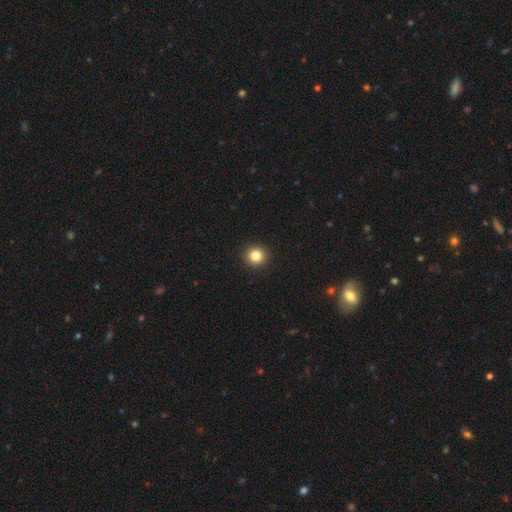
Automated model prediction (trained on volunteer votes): smooth-or-featured: smooth: 84% | star or artifact: 11% | featured or disk: 5%
  how-rounded: round: 94% | in between: 5% | cigar-shaped: 1%
  merging: none: 93% | minor disturbance: 4% | major disturbance: 2% | merger: 1%